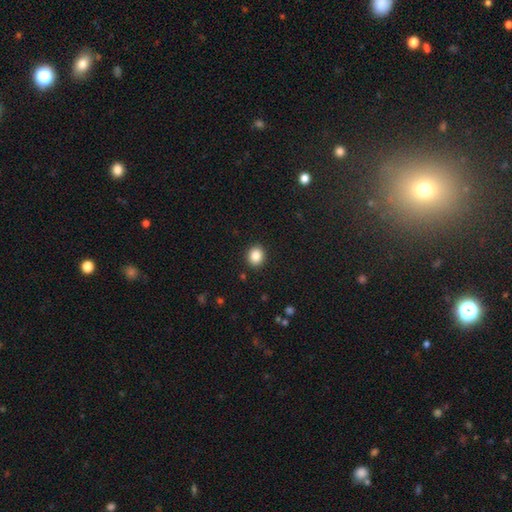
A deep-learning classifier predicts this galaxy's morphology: smooth 87%, star or artifact 9%, featured or disk 4%. Down the decision tree: how rounded — round (72%); merging — none (91%).